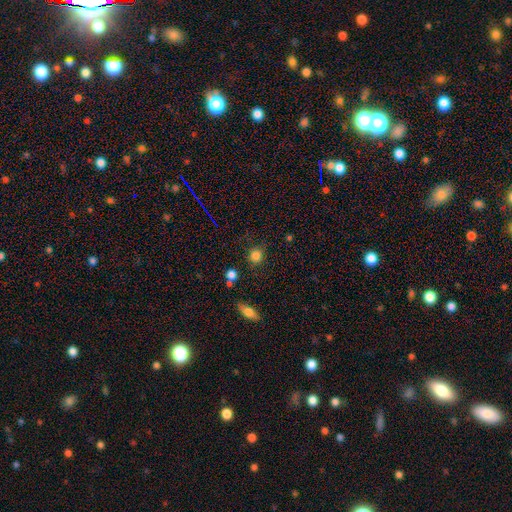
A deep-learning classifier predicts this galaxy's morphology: Smooth or featured? Predicted: smooth (p=0.83). How rounded? Predicted: round (p=0.87). Merging? Predicted: none (p=0.82).